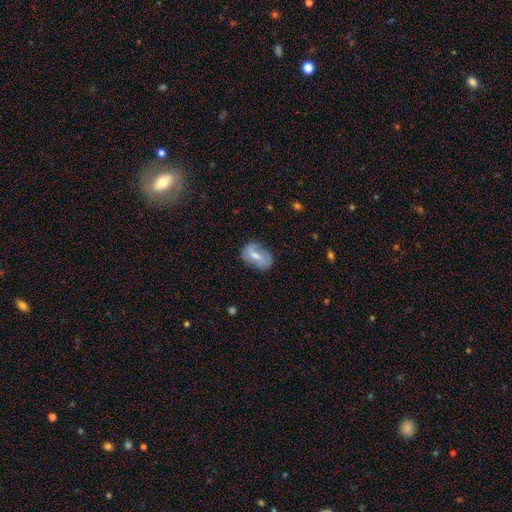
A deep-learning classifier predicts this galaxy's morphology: Q: Smooth or featured?
A: smooth (51%); runner-up: featured or disk (41%)
Q: How rounded?
A: in between (84%); runner-up: round (13%)
Q: Merging?
A: none (62%); runner-up: minor disturbance (26%)